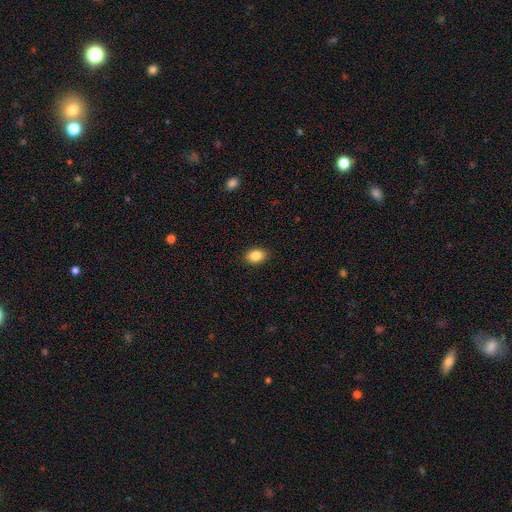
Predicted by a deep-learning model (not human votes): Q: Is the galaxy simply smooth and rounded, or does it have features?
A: smooth — 86%.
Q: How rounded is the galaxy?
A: in between — 82%.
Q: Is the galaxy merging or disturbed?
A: none — 90%.